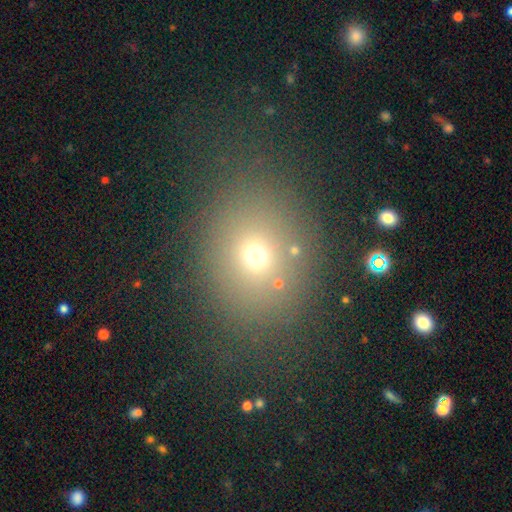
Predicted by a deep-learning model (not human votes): This appears to be a smooth galaxy with no disk features (65%) that is round (60%). Merging: none (76%).